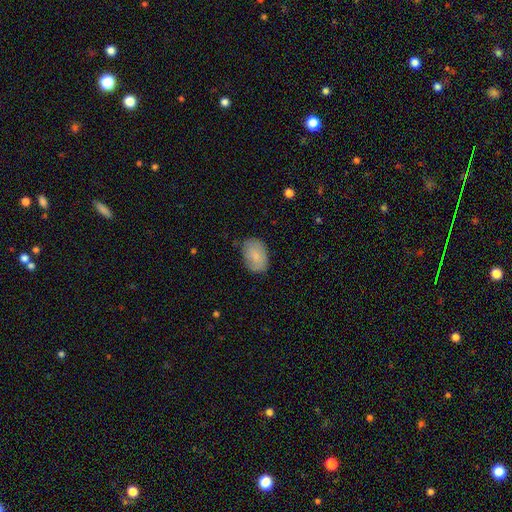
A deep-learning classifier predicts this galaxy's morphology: Smooth or featured? smooth (79%)
How rounded? in between (85%)
Merging? none (70%)